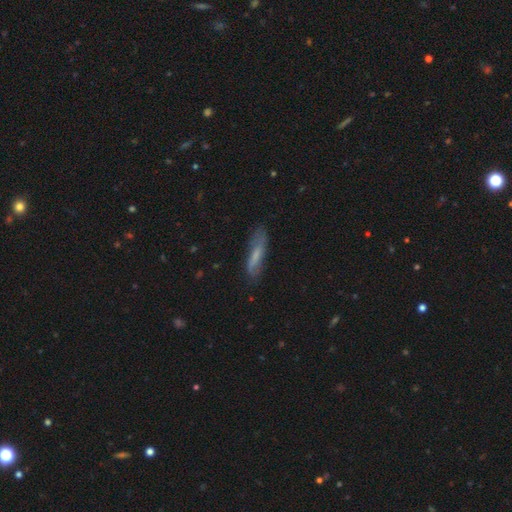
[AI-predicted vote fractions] The model was most divided on "smooth or featured": smooth: 58%, featured or disk: 34%, star or artifact: 8%. More confident: how rounded — cigar-shaped (74%); merging — none (72%).